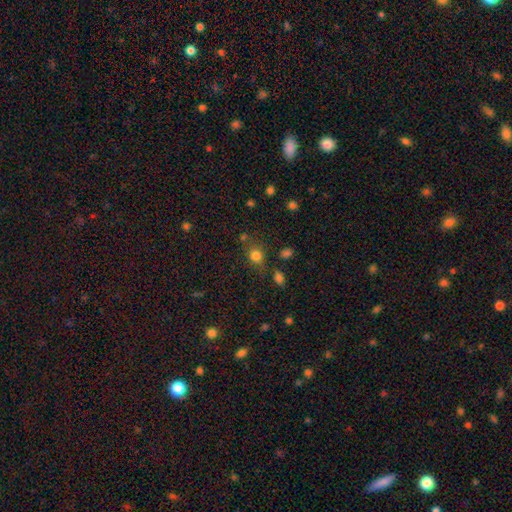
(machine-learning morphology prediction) smooth 78%, star or artifact 15%, featured or disk 8%. Down the decision tree: how rounded — round (69%); merging — none (67%).